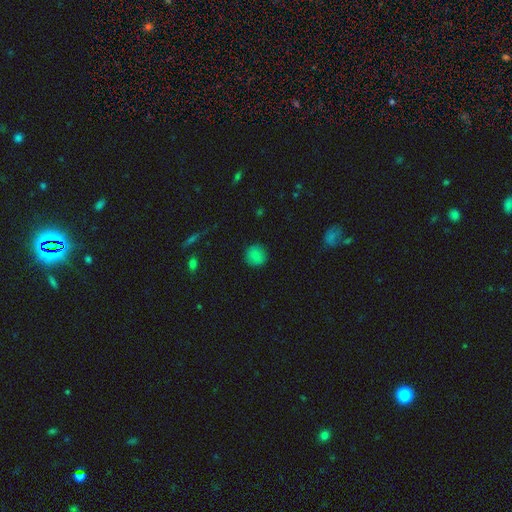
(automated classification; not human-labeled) smooth_or_featured: smooth (p=0.83) [alt: star or artifact p=0.10]
how_rounded: round (p=0.92) [alt: in between p=0.07]
merging: none (p=0.89) [alt: minor disturbance p=0.08]